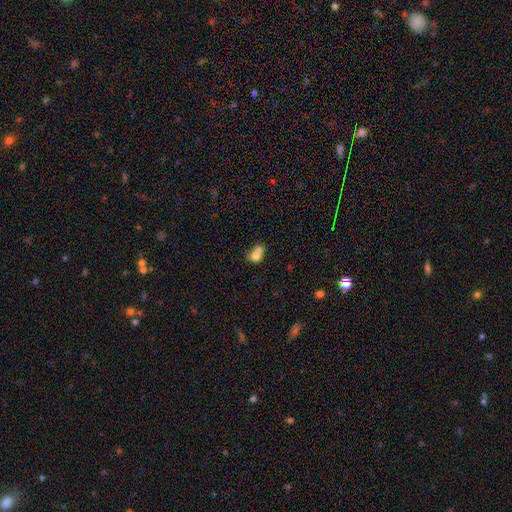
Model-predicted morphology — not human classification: smooth_or_featured: smooth (p=0.71) [alt: featured or disk p=0.18]
how_rounded: round (p=0.68) [alt: in between p=0.31]
merging: merger (p=0.63) [alt: none p=0.26]